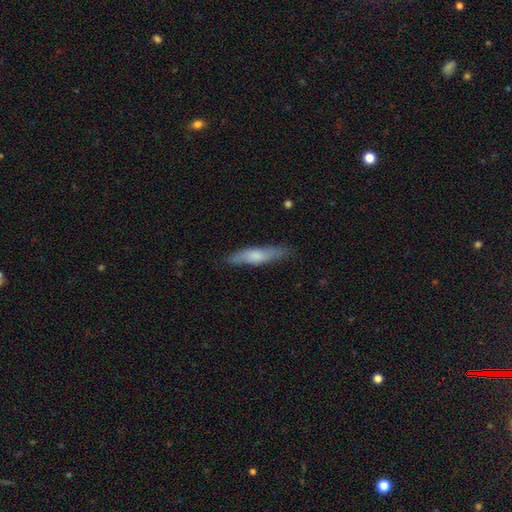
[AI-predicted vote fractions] smooth-or-featured: smooth: 64% | featured or disk: 31% | star or artifact: 6%
  how-rounded: cigar-shaped: 80% | in between: 19% | round: 2%
  merging: none: 82% | minor disturbance: 14% | major disturbance: 3% | merger: 1%